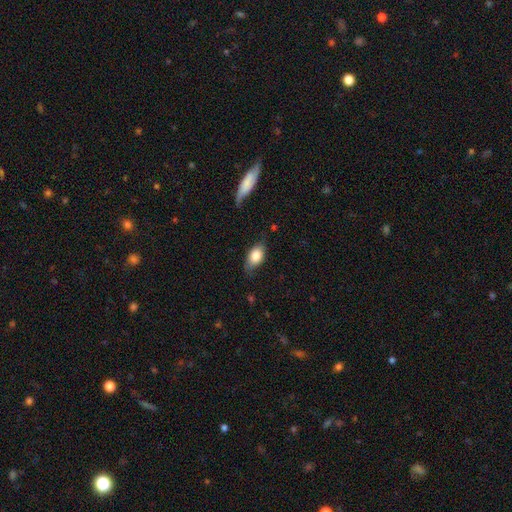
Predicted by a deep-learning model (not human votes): Smooth or featured? Predicted: smooth (p=0.78). How rounded? Predicted: in between (p=0.87). Merging? Predicted: none (p=0.65).